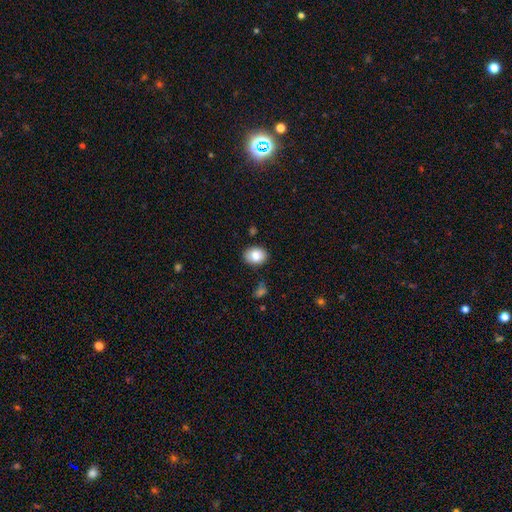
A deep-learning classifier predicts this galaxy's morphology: A smooth galaxy with no disk features (85%) that is in between round and cigar-shaped (57%).

Vote fractions:
- Smooth or featured? smooth: 85% / star or artifact: 8% / featured or disk: 7%
- How rounded? in between: 57% / round: 42% / cigar-shaped: 1%
- Merging? none: 84% / minor disturbance: 11% / major disturbance: 2% / merger: 2%